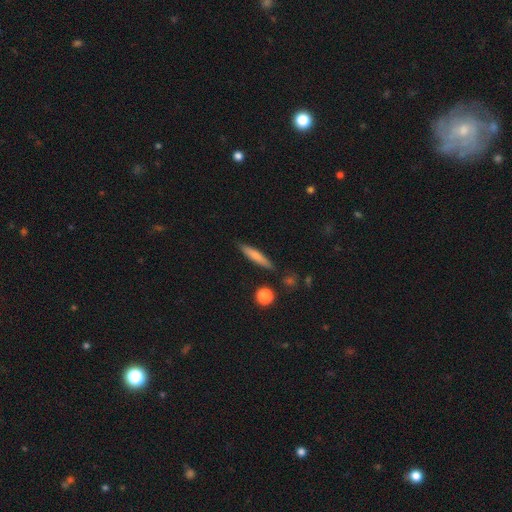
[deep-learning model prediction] A smooth galaxy with no disk features (74%) that is cigar-shaped (88%). Merging: none (85%).